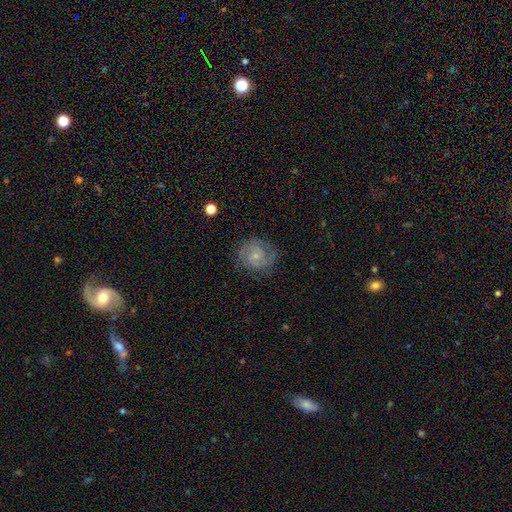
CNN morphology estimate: Smooth or featured?
  - featured or disk: 77% *
  - smooth: 17%
  - star or artifact: 7%
Edge-on disk?
  - no: 98% *
  - yes: 2%
Bar?
  - no: 69% *
  - weak: 27%
  - strong: 4%
Spiral arms?
  - yes: 94% *
  - no: 6%
Spiral winding?
  - tight: 55% *
  - medium: 36%
  - loose: 8%
Spiral arm count?
  - 2: 69% *
  - can't tell: 13%
  - 3: 9%
  - 1: 3%
  - 4: 3%
  - more than 4: 2%
Bulge size?
  - small: 71% *
  - moderate: 21%
  - none: 5%
  - large: 1%
  - dominant: 1%
Merging?
  - none: 78% *
  - minor disturbance: 15%
  - major disturbance: 6%
  - merger: 1%